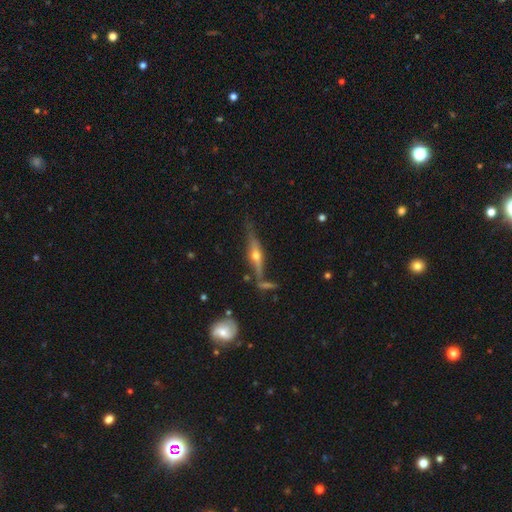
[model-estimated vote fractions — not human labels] Overall: featured or disk (74%). Edge-on disk: yes (94%). Edge-on bulge: rounded (94%). Merging: none (70%).